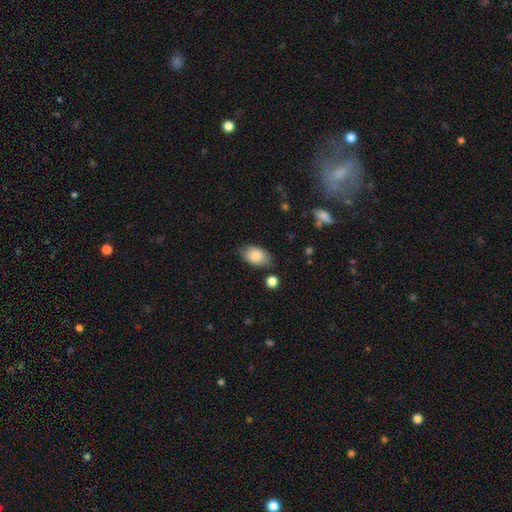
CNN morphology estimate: Smooth or featured? Predicted: smooth (p=0.83). How rounded? Predicted: in between (p=0.90). Merging? Predicted: none (p=0.74).